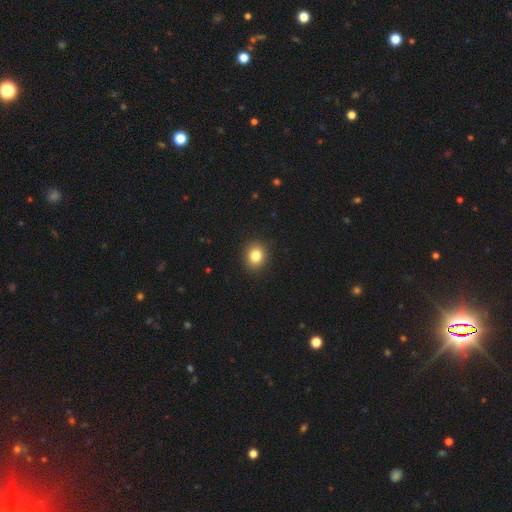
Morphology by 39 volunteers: A smooth galaxy with no disk features (90%) that is round (86%).

Vote fractions:
- Smooth or featured? smooth: 90% / star or artifact: 10% / featured or disk: 0%
- How rounded? round: 86% / in between: 14% / cigar-shaped: 0%
- Merging? none: 94% / minor disturbance: 3% / major disturbance: 3% / merger: 0%